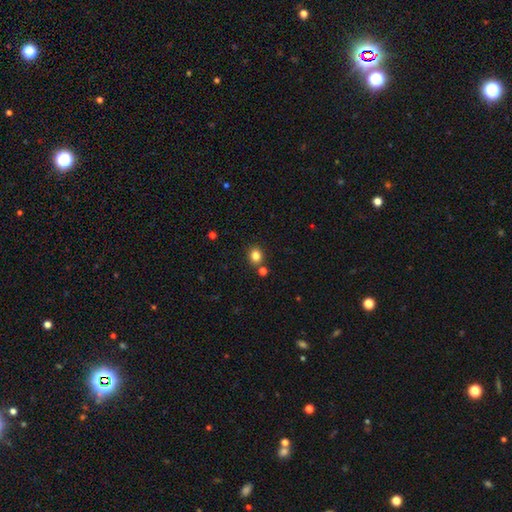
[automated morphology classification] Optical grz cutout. It shows a smooth galaxy with no disk features (82%) that is round (72%). Merging: none (80%).